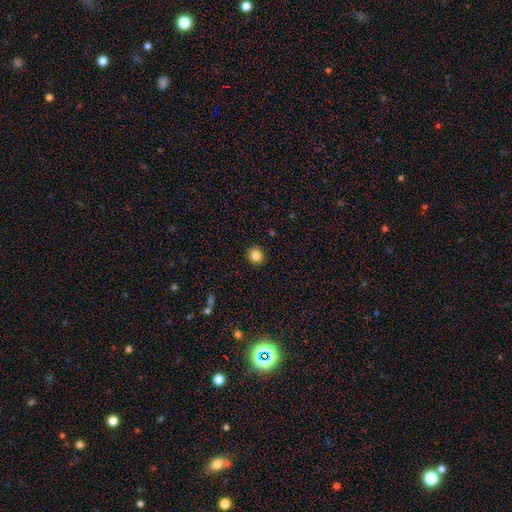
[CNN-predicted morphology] Overall: smooth (83%). How rounded: round (87%). Merging: none (92%).